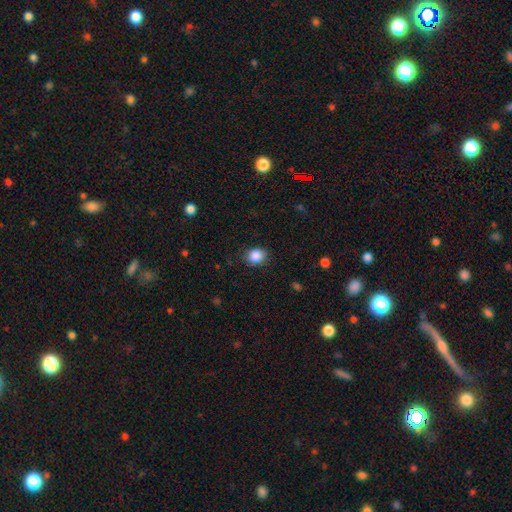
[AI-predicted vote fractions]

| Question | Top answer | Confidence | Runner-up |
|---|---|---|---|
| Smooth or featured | smooth | 87% | star or artifact (9%) |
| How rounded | round | 56% | in between (43%) |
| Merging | none | 84% | minor disturbance (12%) |